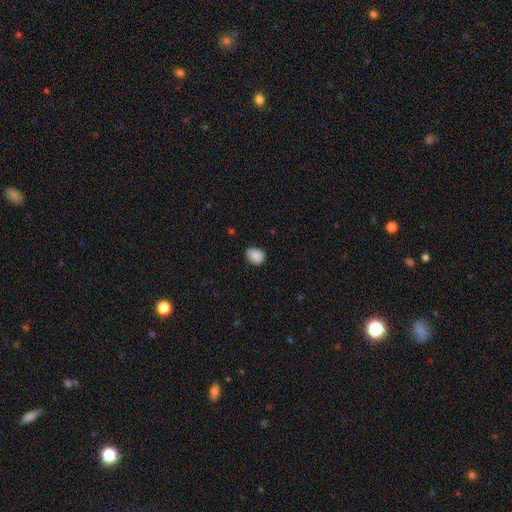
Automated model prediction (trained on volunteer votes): smooth-or-featured: smooth: 87% | star or artifact: 8% | featured or disk: 5%
  how-rounded: in between: 59% | round: 40% | cigar-shaped: 1%
  merging: none: 71% | minor disturbance: 24% | major disturbance: 3% | merger: 1%